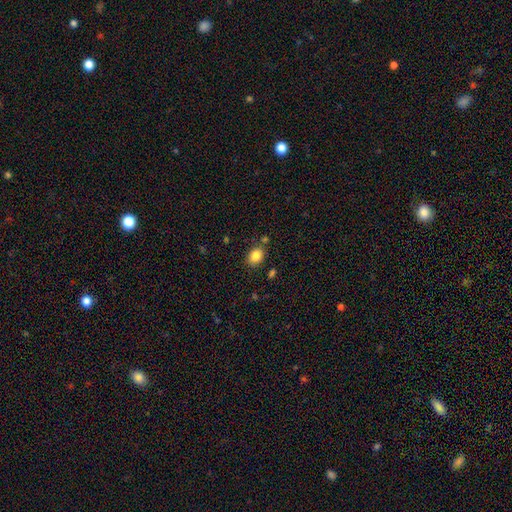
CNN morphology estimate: smooth 85%, star or artifact 10%, featured or disk 6%. Down the decision tree: how rounded — in between (59%); merging — none (79%).